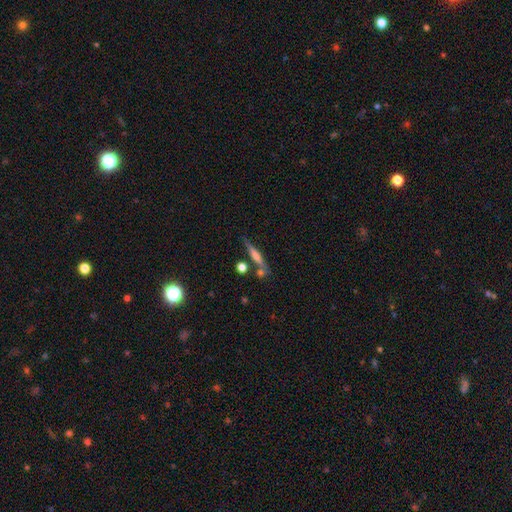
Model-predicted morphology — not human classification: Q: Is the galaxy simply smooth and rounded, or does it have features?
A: featured or disk — 48%.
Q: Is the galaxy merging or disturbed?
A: none — 74%.